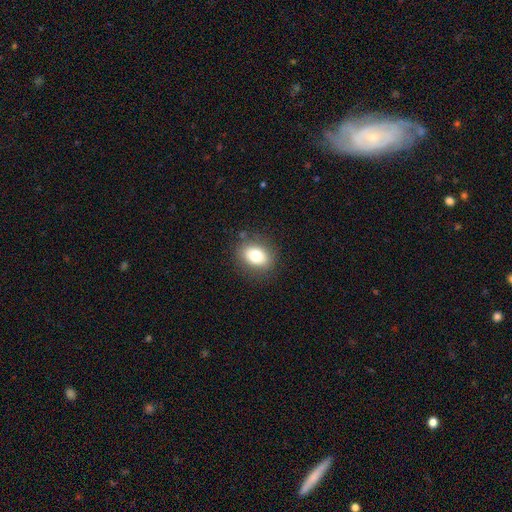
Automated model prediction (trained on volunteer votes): smooth-or-featured: smooth: 76% | featured or disk: 15% | star or artifact: 10%
  how-rounded: in between: 66% | round: 33% | cigar-shaped: 1%
  merging: none: 83% | minor disturbance: 12% | major disturbance: 4% | merger: 2%